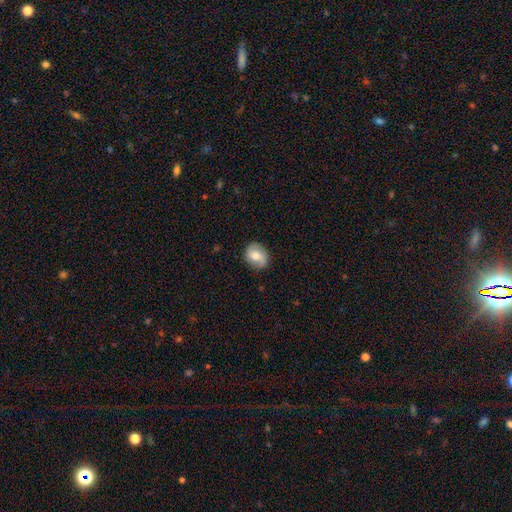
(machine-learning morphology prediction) This appears to be a smooth galaxy with no disk features (57%) that is round (62%). Merging: none (81%).